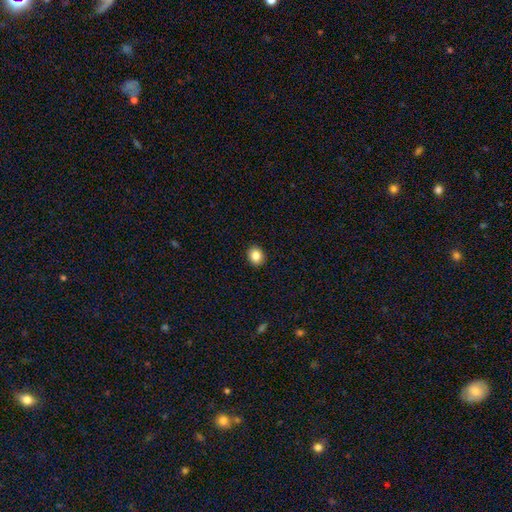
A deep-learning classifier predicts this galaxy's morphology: A smooth galaxy with no disk features (85%) that is round (66%). Merging: none (92%).